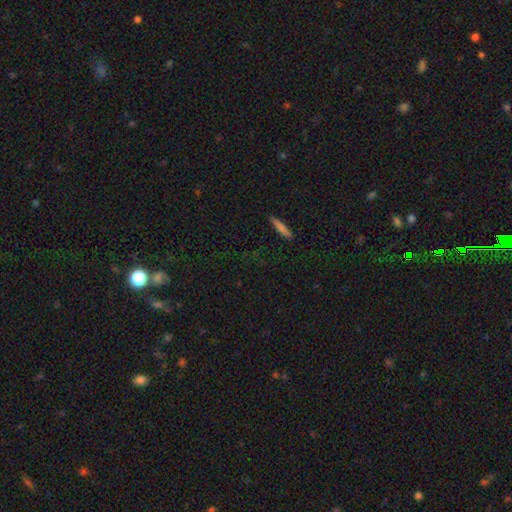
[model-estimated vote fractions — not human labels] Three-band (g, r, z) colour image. It shows a star or artifact, not a galaxy (47%).